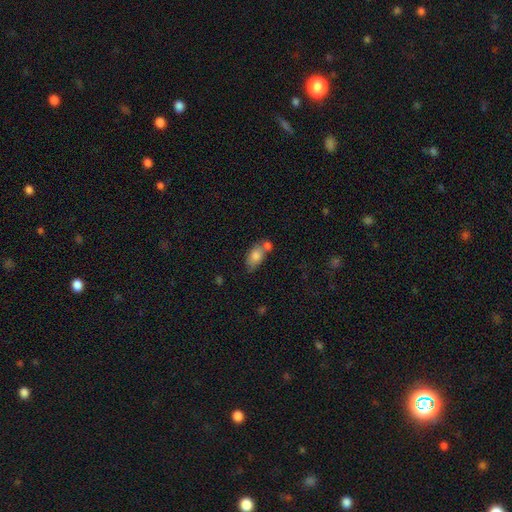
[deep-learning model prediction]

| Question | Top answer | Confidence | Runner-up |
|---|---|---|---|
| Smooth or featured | smooth | 79% | featured or disk (14%) |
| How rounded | in between | 87% | round (9%) |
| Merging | none | 45% | merger (33%) |